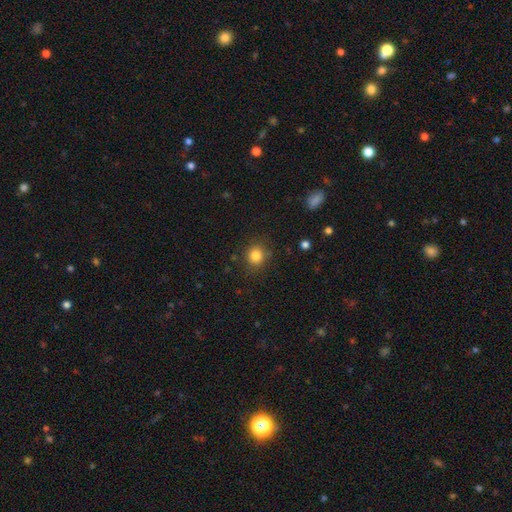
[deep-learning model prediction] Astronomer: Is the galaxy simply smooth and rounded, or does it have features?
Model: smooth — 83%.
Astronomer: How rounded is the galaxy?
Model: round — 80%.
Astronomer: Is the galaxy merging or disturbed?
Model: none — 85%.